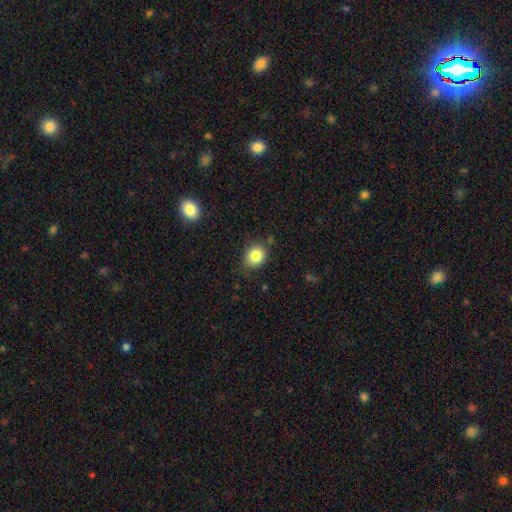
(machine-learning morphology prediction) A smooth galaxy with no disk features (84%) that is round (66%).

Vote fractions:
- Smooth or featured? smooth: 84% / star or artifact: 10% / featured or disk: 6%
- How rounded? round: 66% / in between: 34% / cigar-shaped: 1%
- Merging? none: 77% / minor disturbance: 17% / major disturbance: 4% / merger: 2%